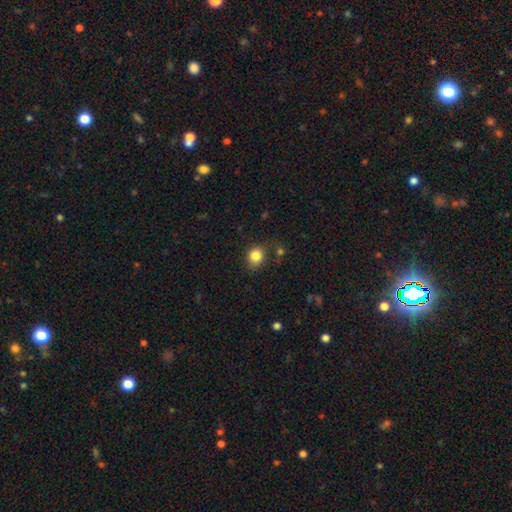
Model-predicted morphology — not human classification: Smooth or featured? Predicted: smooth (p=0.83). How rounded? Predicted: round (p=0.73). Merging? Predicted: none (p=0.72).